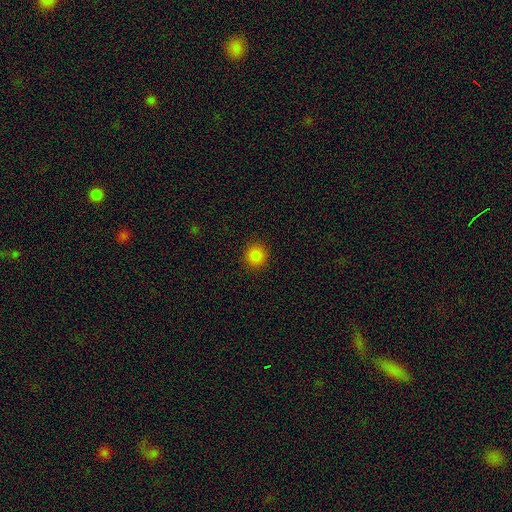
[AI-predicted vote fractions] The model was most divided on "smooth or featured": smooth: 86%, star or artifact: 11%, featured or disk: 3%. More confident: how rounded — round (92%); merging — none (91%).